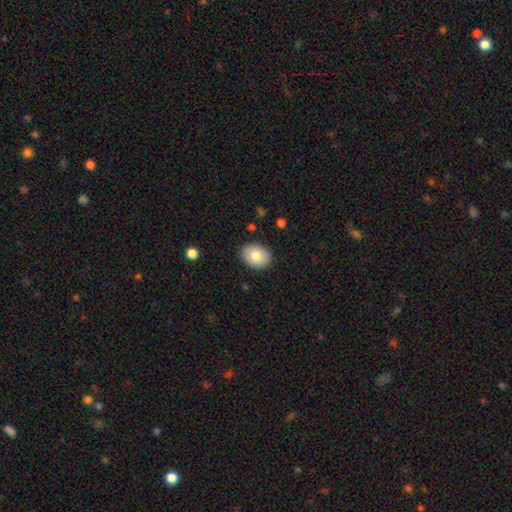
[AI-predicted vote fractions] smooth 81%, featured or disk 12%, star or artifact 7%. Down the decision tree: how rounded — in between (71%); merging — none (88%).